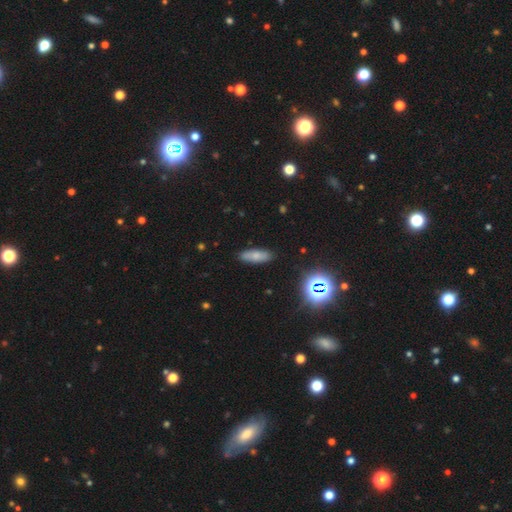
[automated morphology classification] A smooth galaxy with no disk features (72%) that is in between round and cigar-shaped (63%). Merging: none (86%).